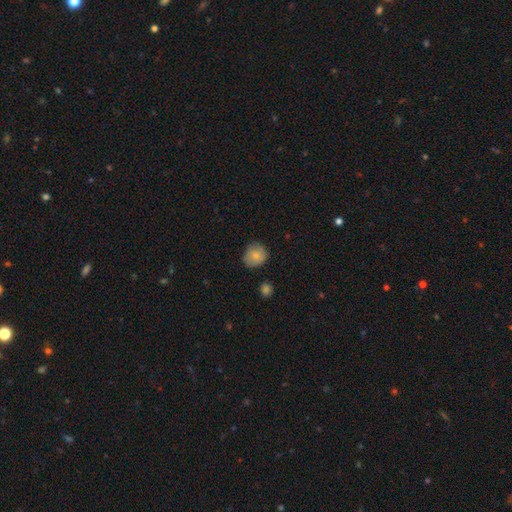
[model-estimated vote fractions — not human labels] Overall: smooth (78%). How rounded: round (78%). Merging: none (76%).